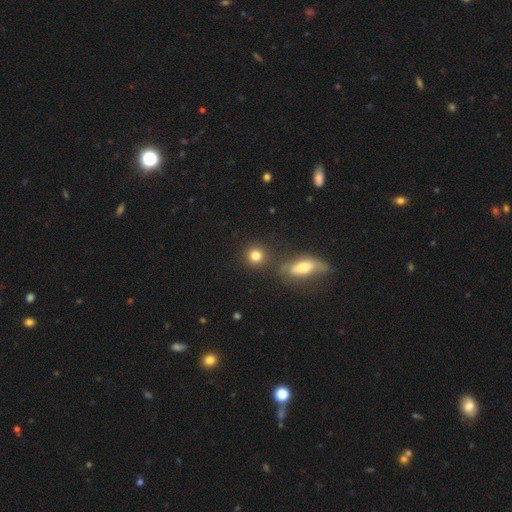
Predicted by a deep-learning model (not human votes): Smooth or featured? Predicted: smooth (p=0.82). How rounded? Predicted: round (p=0.88). Merging? Predicted: none (p=0.78).